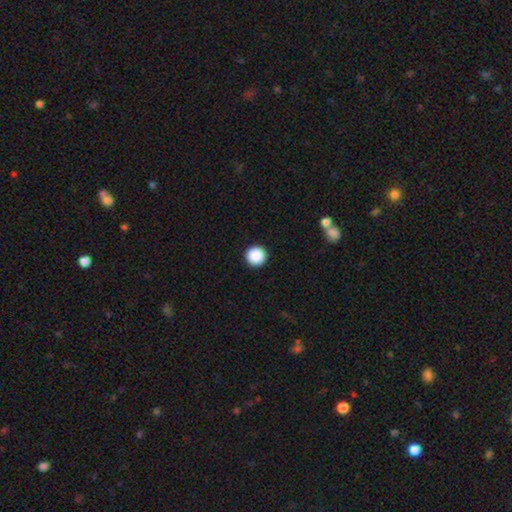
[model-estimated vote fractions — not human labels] The model was most divided on "smooth or featured": smooth: 89%, star or artifact: 9%, featured or disk: 2%. More confident: how rounded — round (97%); merging — none (94%).